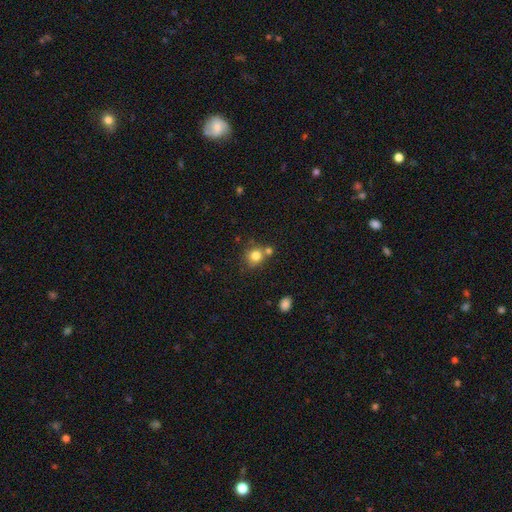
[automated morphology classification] This appears to be a smooth galaxy with no disk features (80%) that is round (83%). Merging: none (61%).